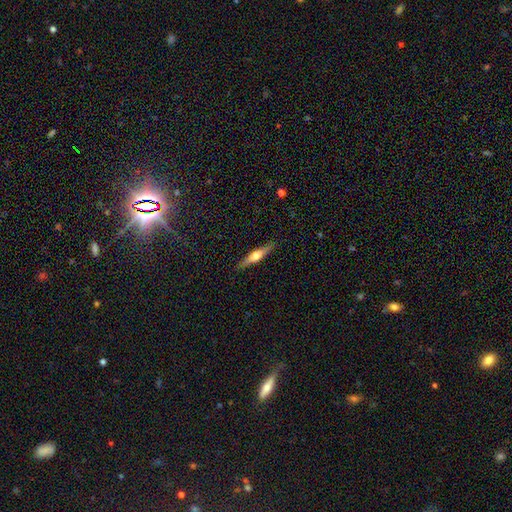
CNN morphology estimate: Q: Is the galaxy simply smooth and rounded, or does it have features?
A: featured or disk — 60%.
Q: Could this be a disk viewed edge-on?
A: yes — 96%.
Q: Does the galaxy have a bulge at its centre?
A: rounded — 91%.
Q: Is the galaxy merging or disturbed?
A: none — 90%.